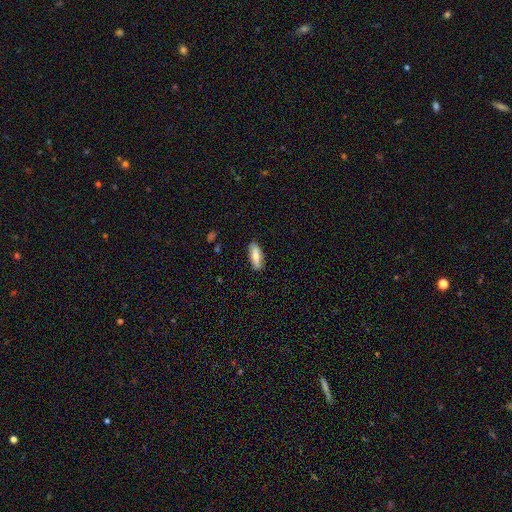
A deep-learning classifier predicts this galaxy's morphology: This is likely a smooth galaxy (67%). How rounded: likely in between (63%). Merging: clearly none (85%).